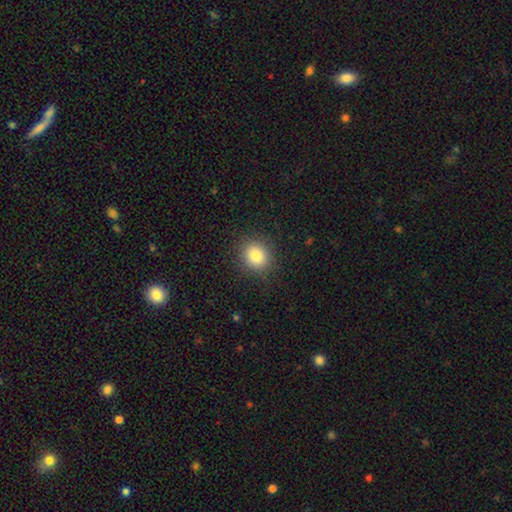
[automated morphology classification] smooth 82%, star or artifact 11%, featured or disk 7%. Down the decision tree: how rounded — round (78%); merging — none (89%).